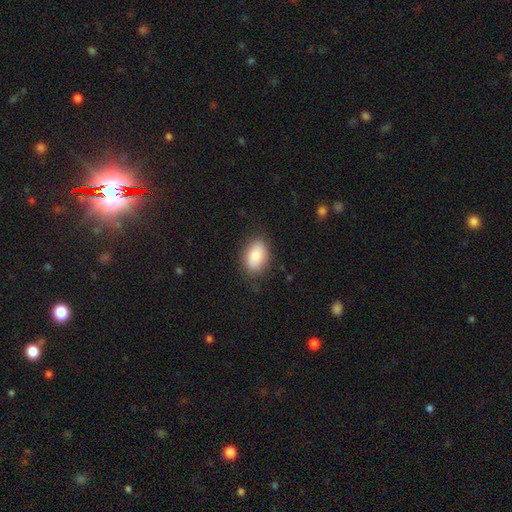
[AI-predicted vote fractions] This is clearly a smooth galaxy (81%). How rounded: clearly in between (85%). Merging: clearly none (83%).